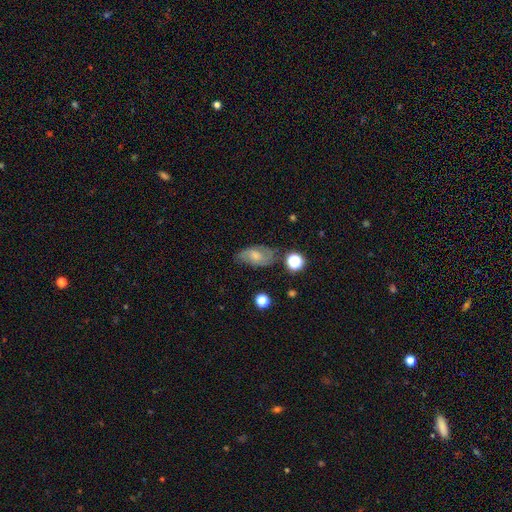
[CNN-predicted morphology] This is possibly a smooth galaxy (46%). Merging: likely none (63%).